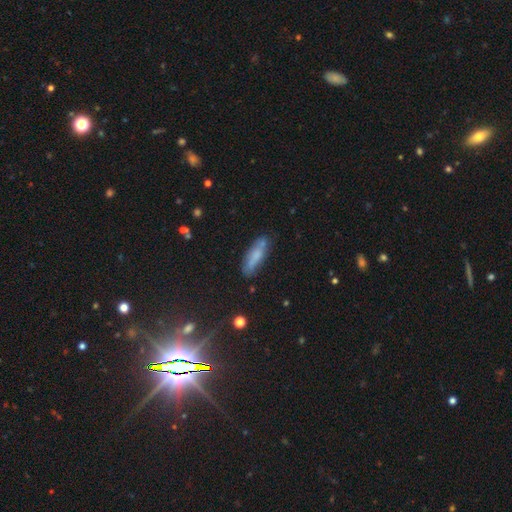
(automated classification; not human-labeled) Smooth or featured? smooth (63%)
How rounded? cigar-shaped (64%)
Merging? none (73%)